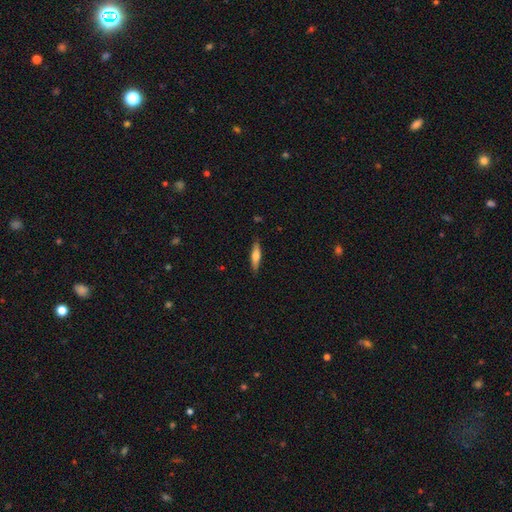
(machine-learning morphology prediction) Smooth or featured? Predicted: smooth (p=0.63). How rounded? Predicted: cigar-shaped (p=0.73). Merging? Predicted: none (p=0.85).